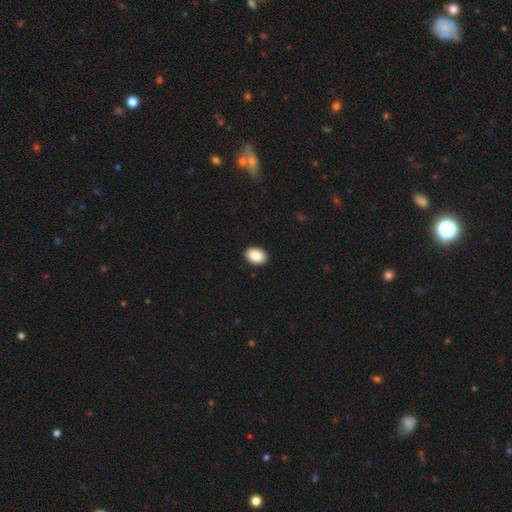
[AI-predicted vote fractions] Morphology: type=smooth (88%); roundness=in between (77%); merging=none (91%).